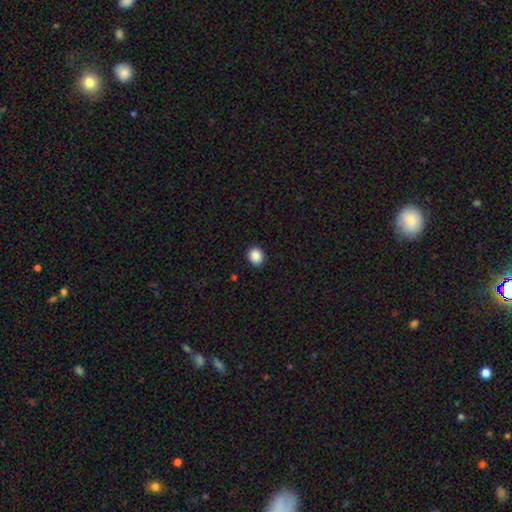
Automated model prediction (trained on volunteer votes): Q: Smooth or featured?
A: smooth (88%); runner-up: star or artifact (9%)
Q: How rounded?
A: round (74%); runner-up: in between (25%)
Q: Merging?
A: none (90%); runner-up: minor disturbance (7%)